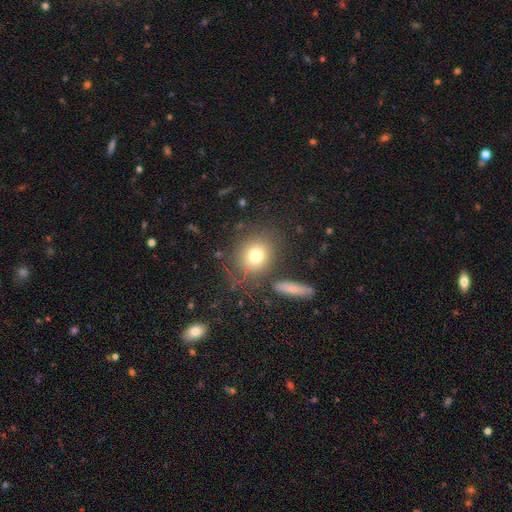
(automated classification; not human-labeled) Q: Smooth or featured?
A: smooth (75%); runner-up: featured or disk (12%)
Q: How rounded?
A: round (78%); runner-up: in between (20%)
Q: Merging?
A: none (77%); runner-up: minor disturbance (11%)